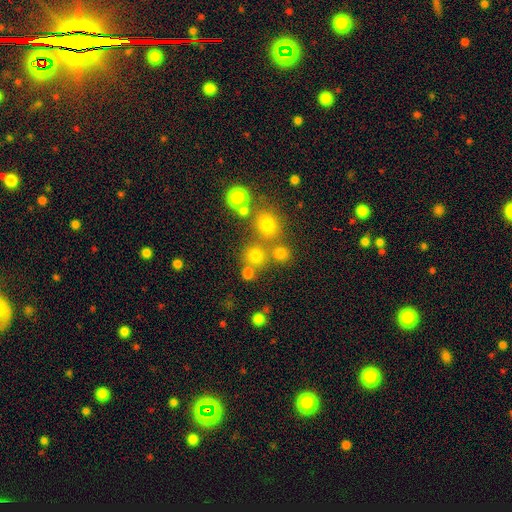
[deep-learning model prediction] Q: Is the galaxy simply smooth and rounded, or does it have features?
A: smooth — 71%.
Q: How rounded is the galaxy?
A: round — 90%.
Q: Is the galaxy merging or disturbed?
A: none — 70%.